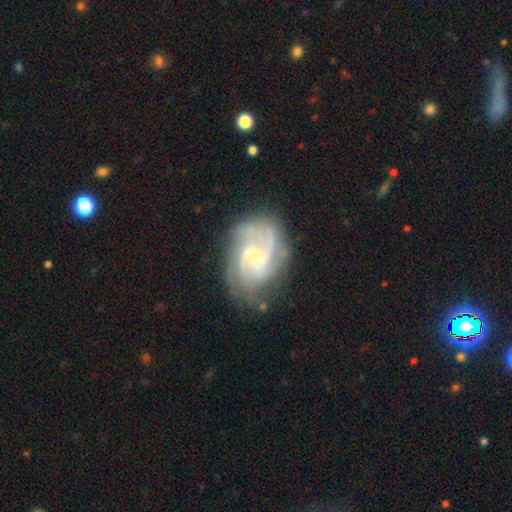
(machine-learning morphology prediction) Smooth or featured? featured or disk (81%)
Edge-on disk? no (98%)
Bar? no (47%)
Spiral arms? yes (94%)
Spiral winding? medium (47%)
Spiral arm count? 2 (37%)
Bulge size? small (69%)
Merging? none (64%)